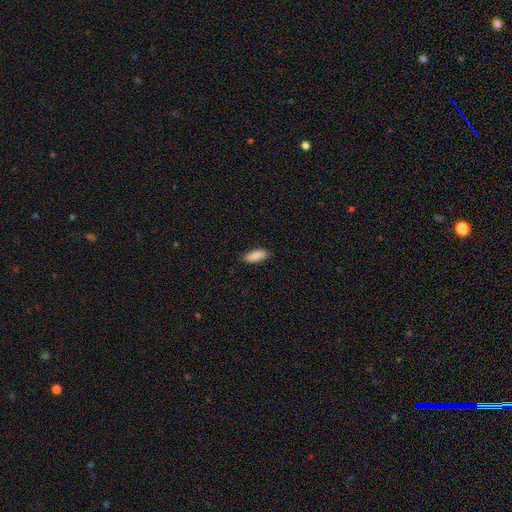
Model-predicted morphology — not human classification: Q: Smooth or featured?
A: smooth (90%); runner-up: star or artifact (6%)
Q: How rounded?
A: in between (81%); runner-up: cigar-shaped (18%)
Q: Merging?
A: none (85%); runner-up: minor disturbance (12%)